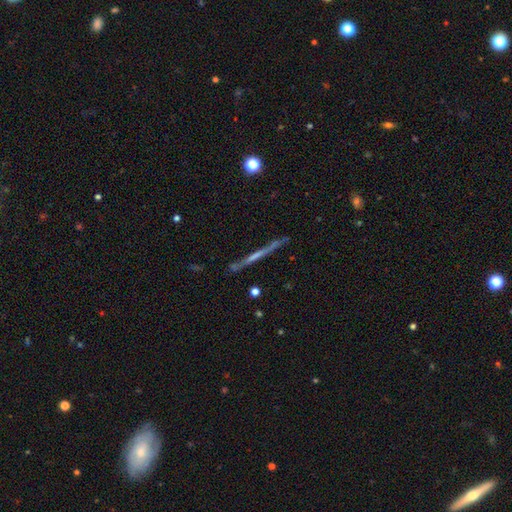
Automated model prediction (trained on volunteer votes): Smooth or featured?
  - featured or disk: 63% *
  - smooth: 29%
  - star or artifact: 8%
Edge-on disk?
  - yes: 96% *
  - no: 4%
Edge-on bulge?
  - none: 78% *
  - rounded: 15%
  - boxy: 7%
Merging?
  - none: 86% *
  - minor disturbance: 9%
  - merger: 2%
  - major disturbance: 2%